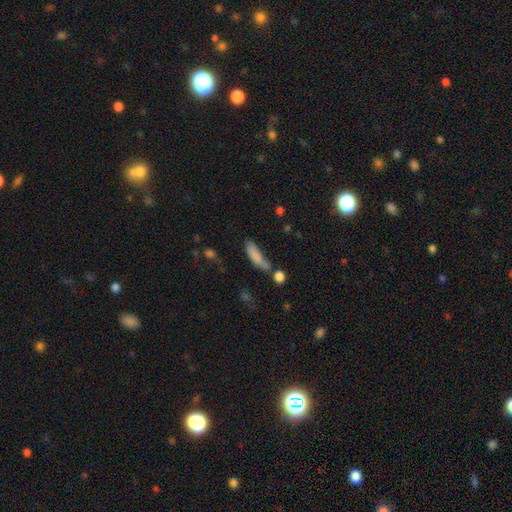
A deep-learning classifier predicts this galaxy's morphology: Smooth or featured? Predicted: smooth (p=0.80). How rounded? Predicted: cigar-shaped (p=0.50). Merging? Predicted: none (p=0.43).